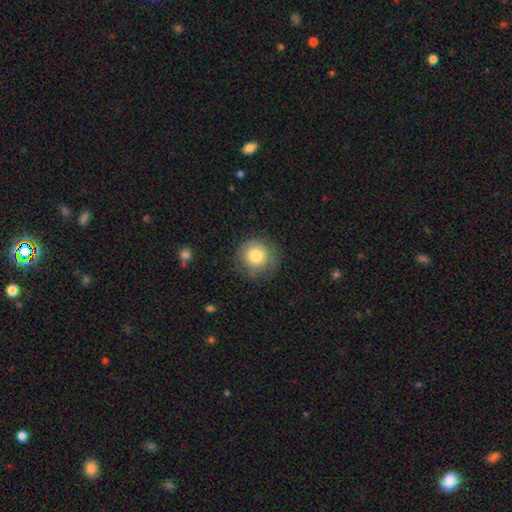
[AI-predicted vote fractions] Morphology: type=smooth (79%); roundness=round (94%); merging=none (80%).